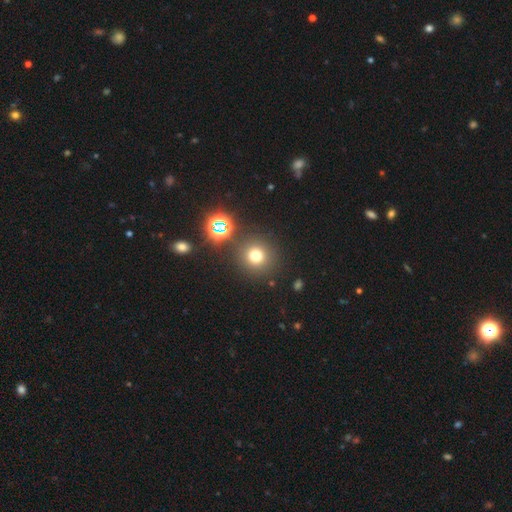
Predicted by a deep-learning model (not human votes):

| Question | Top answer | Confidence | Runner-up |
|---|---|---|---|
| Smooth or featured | smooth | 69% | star or artifact (23%) |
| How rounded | round | 93% | in between (6%) |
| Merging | none | 85% | minor disturbance (7%) |